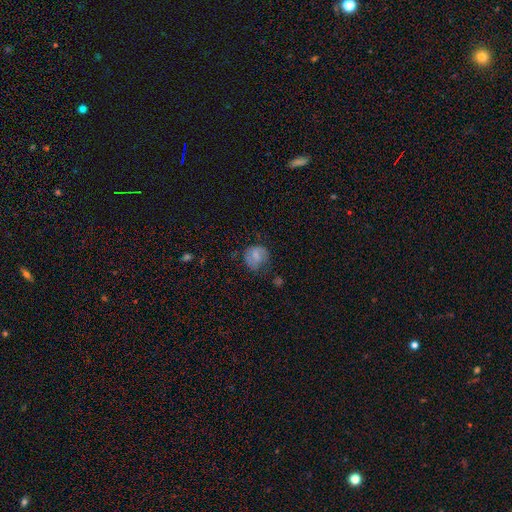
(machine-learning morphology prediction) Q: Smooth or featured?
A: smooth (66%); runner-up: featured or disk (24%)
Q: How rounded?
A: round (71%); runner-up: in between (28%)
Q: Merging?
A: none (51%); runner-up: minor disturbance (29%)